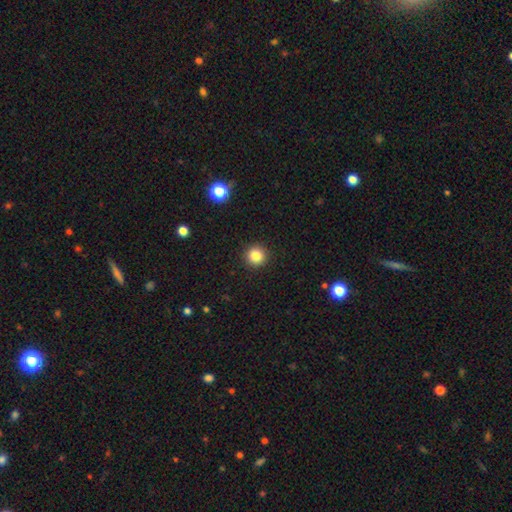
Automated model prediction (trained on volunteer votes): This is clearly a smooth galaxy (84%). How rounded: clearly round (95%). Merging: clearly none (92%).